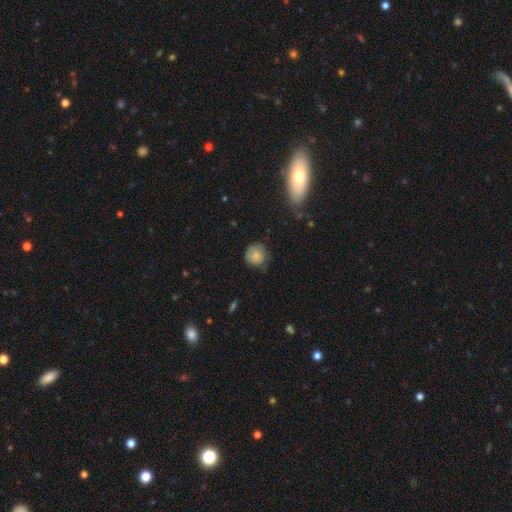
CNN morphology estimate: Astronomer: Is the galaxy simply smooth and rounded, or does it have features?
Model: smooth — 79%.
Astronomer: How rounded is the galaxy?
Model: round — 87%.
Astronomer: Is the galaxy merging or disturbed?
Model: none — 60%.